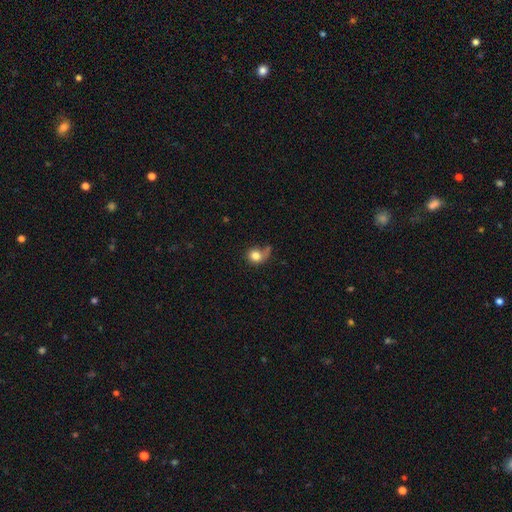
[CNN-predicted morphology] Overall: smooth (78%). How rounded: round (72%). Merging: none (41%; minor disturbance 25%).